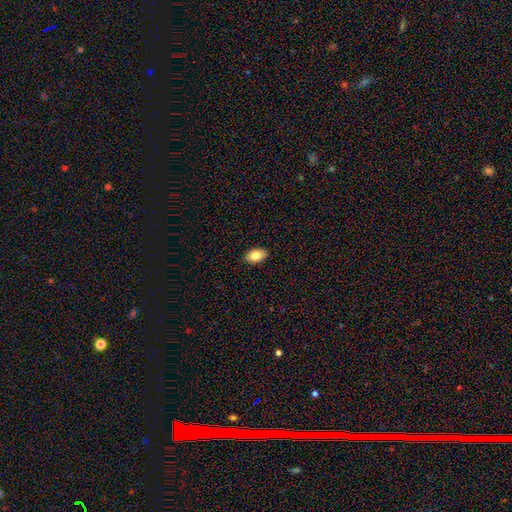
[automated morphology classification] Q: Smooth or featured?
A: smooth (82%); runner-up: featured or disk (10%)
Q: How rounded?
A: in between (92%); runner-up: round (6%)
Q: Merging?
A: none (90%); runner-up: minor disturbance (7%)